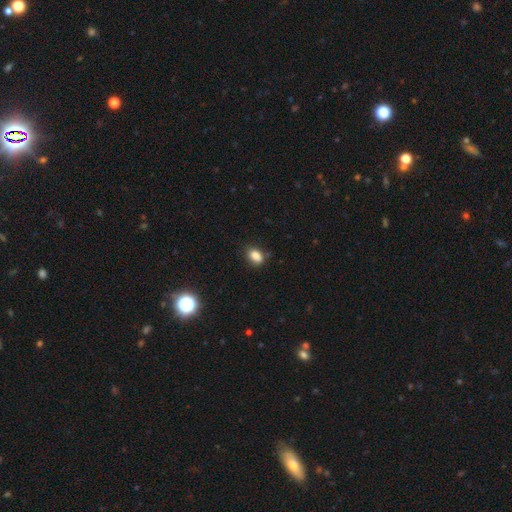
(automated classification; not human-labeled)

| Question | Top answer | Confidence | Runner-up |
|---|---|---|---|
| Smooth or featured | smooth | 85% | star or artifact (10%) |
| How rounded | in between | 82% | round (16%) |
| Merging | none | 78% | minor disturbance (17%) |